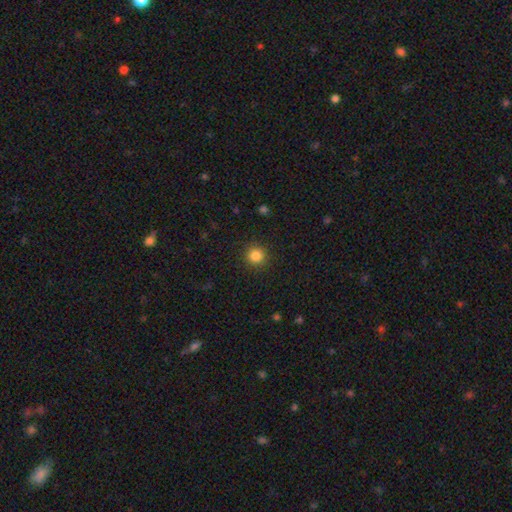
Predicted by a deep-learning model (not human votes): This appears to be a smooth galaxy with no disk features (85%) that is round (94%). Merging: none (91%).